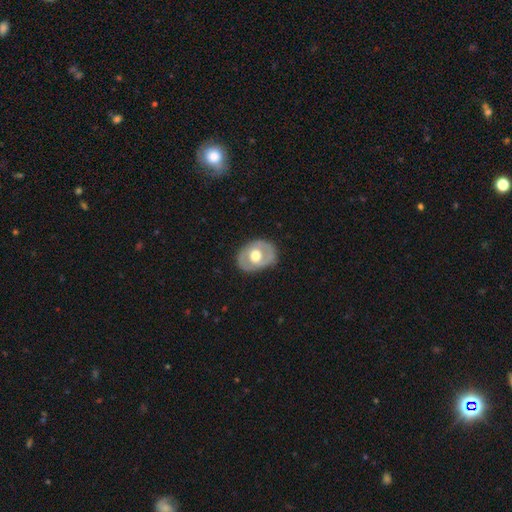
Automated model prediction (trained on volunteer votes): Overall: featured or disk (54%; smooth 41%). Edge-on disk: no (93%). Bar: no (77%). Spiral arms: no (76%). Bulge size: moderate (57%; large 38%). Merging: none (82%).